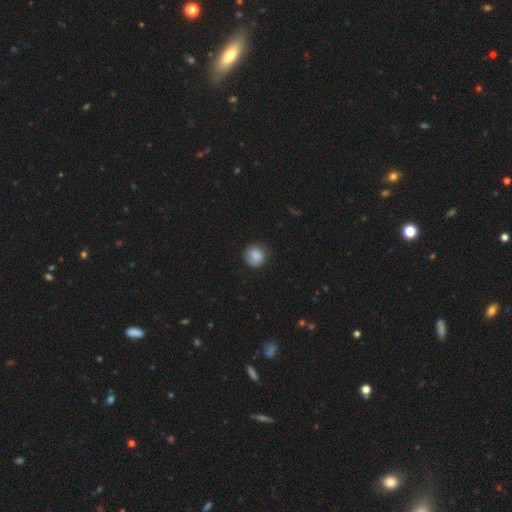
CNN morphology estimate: The model was most divided on "merging": none: 83%, minor disturbance: 13%, major disturbance: 3%, merger: 1%. More confident: how rounded — round (92%); smooth or featured — smooth (86%).